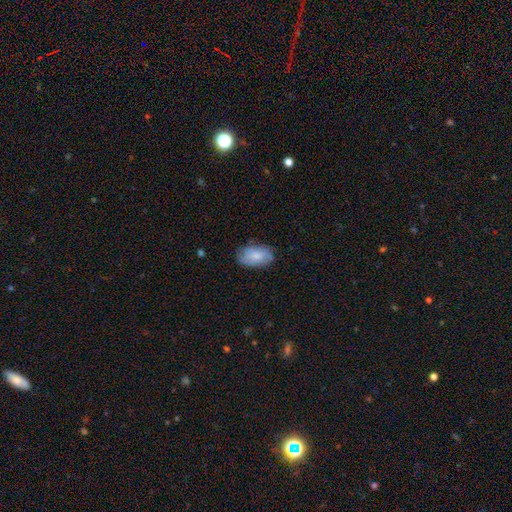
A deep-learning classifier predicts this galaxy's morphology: smooth-or-featured: smooth: 72% | featured or disk: 21% | star or artifact: 7%
  how-rounded: in between: 92% | round: 6% | cigar-shaped: 2%
  merging: none: 73% | minor disturbance: 21% | major disturbance: 5% | merger: 1%